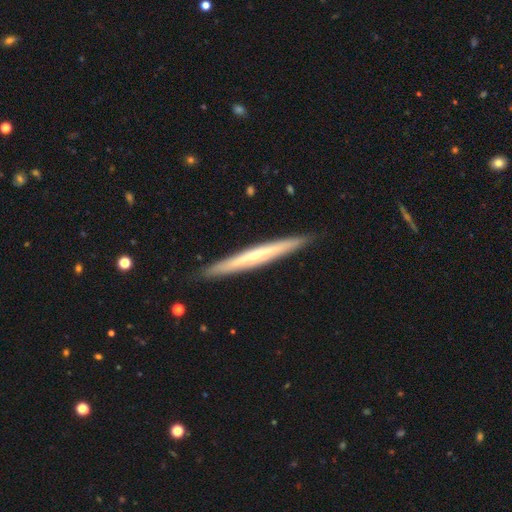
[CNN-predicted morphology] smooth-or-featured: featured or disk: 66% | smooth: 29% | star or artifact: 5%
  disk-edge-on: yes: 96% | no: 4%
    edge-on-bulge: rounded: 56% | none: 40% | boxy: 4%
  merging: none: 91% | minor disturbance: 7% | major disturbance: 1% | merger: 1%